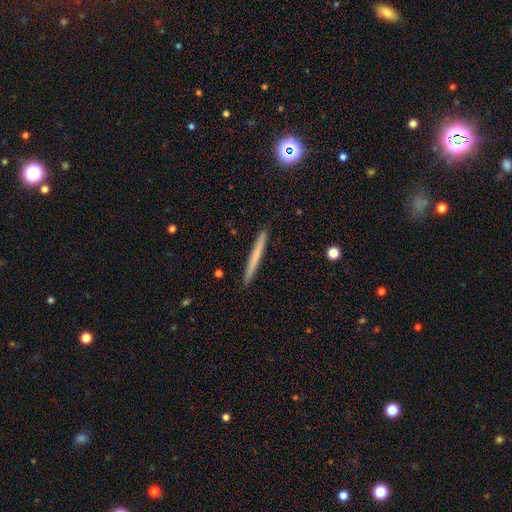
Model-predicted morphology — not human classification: type=smooth (61%); roundness=cigar-shaped (97%); merging=none (93%).